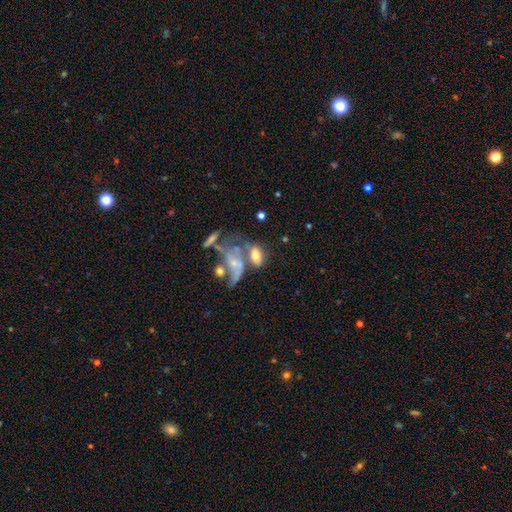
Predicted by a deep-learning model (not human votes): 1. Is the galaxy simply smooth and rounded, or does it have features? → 57% smooth, 32% featured or disk, 11% star or artifact.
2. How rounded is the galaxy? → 86% in between, 10% round, 4% cigar-shaped.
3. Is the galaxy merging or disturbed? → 43% merger, 26% none, 18% major disturbance, 14% minor disturbance.